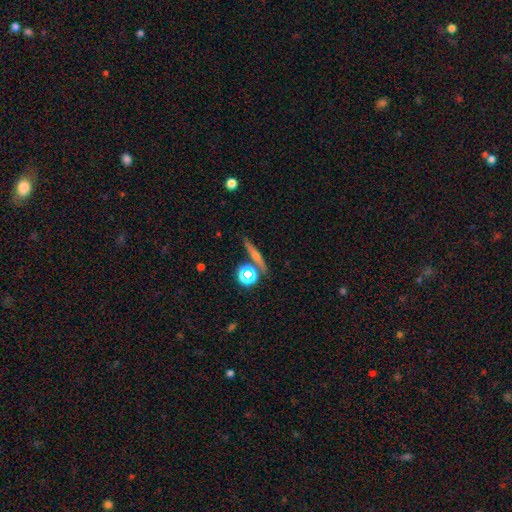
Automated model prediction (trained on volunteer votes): A featured or disk galaxy (47%).

Vote fractions:
- Smooth or featured? featured or disk: 47% / smooth: 36% / star or artifact: 17%
- Merging? none: 78% / merger: 9% / minor disturbance: 9% / major disturbance: 3%